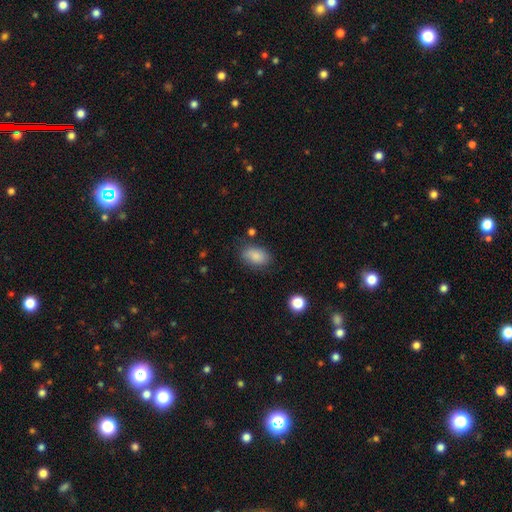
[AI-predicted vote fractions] Overall: smooth (86%). How rounded: in between (87%). Merging: none (74%).